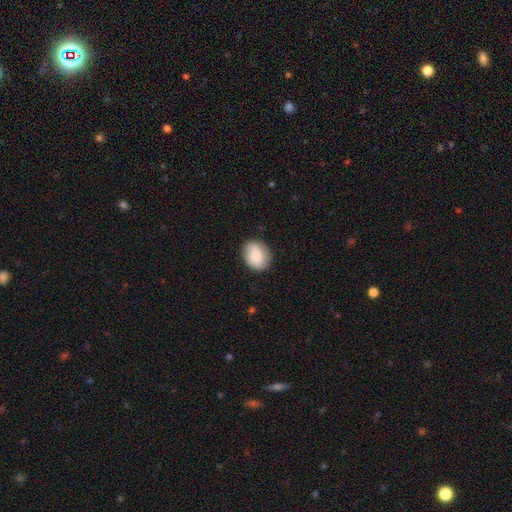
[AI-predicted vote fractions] This appears to be a smooth galaxy with no disk features (73%) that is in between round and cigar-shaped (54%). Merging: none (77%).